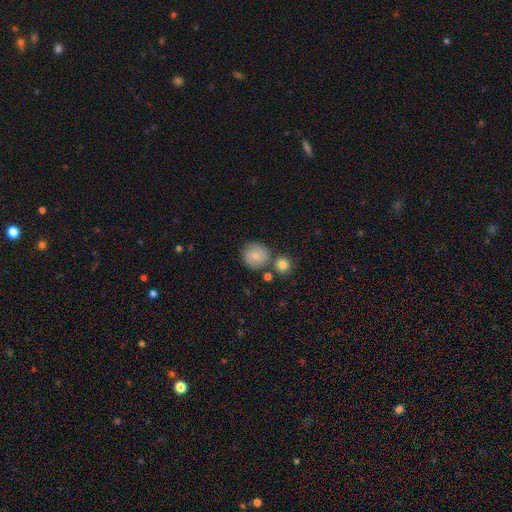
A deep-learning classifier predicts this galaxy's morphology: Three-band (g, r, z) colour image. It shows a smooth galaxy with no disk features (73%) that is round (92%). Merging: none (73%).